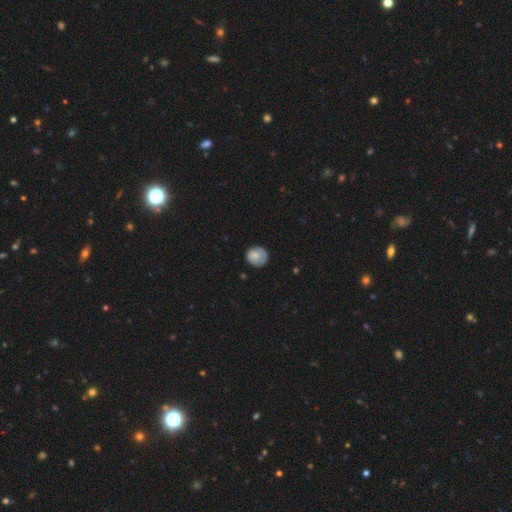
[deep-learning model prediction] smooth 76%, featured or disk 17%, star or artifact 7%. Down the decision tree: how rounded — round (84%); merging — none (72%).